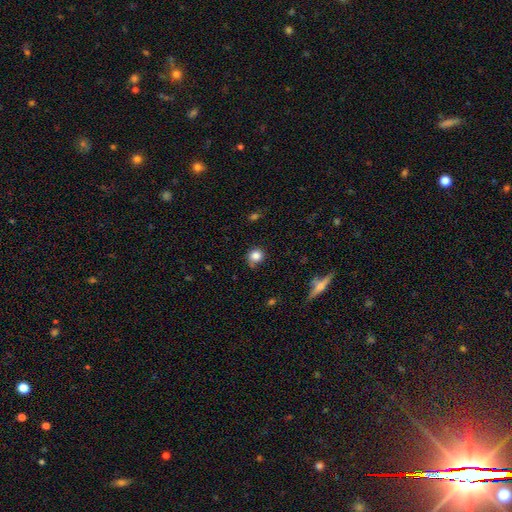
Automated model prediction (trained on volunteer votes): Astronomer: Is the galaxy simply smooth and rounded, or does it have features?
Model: smooth — 83%.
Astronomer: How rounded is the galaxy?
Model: round — 86%.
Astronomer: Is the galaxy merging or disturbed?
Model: none — 72%.